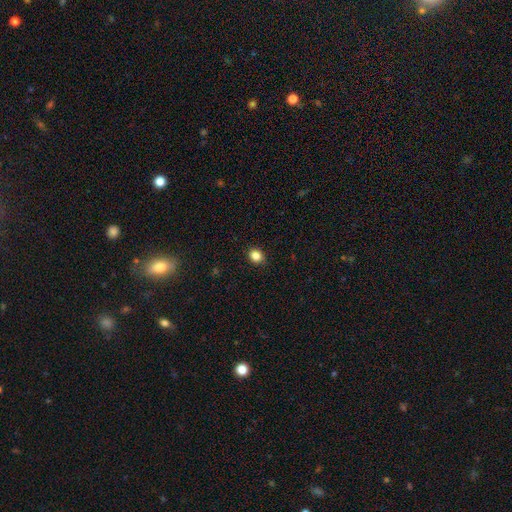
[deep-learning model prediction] Smooth or featured? Predicted: smooth (p=0.85). How rounded? Predicted: round (p=0.61). Merging? Predicted: none (p=0.90).